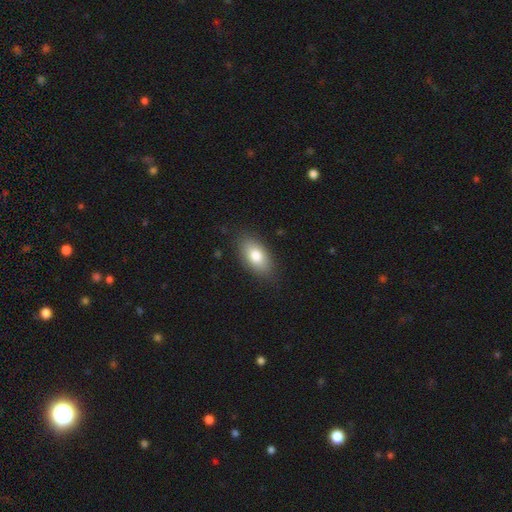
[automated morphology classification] Smooth or featured: smooth — 79% (featured or disk — 14%)
How rounded: in between — 92% (round — 5%)
Merging: none — 84% (minor disturbance — 12%)